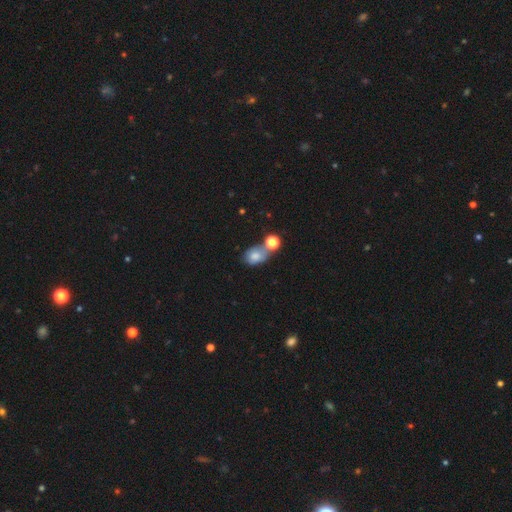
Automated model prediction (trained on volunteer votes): Smooth or featured?
  - smooth: 76% *
  - featured or disk: 13%
  - star or artifact: 11%
How rounded?
  - in between: 70% *
  - round: 29%
  - cigar-shaped: 2%
Merging?
  - none: 37% *
  - merger: 36%
  - minor disturbance: 18%
  - major disturbance: 9%